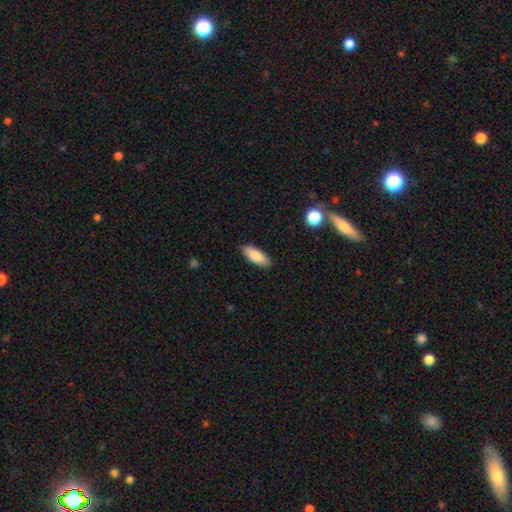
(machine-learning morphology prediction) Smooth or featured: smooth — 84% (featured or disk — 10%)
How rounded: in between — 76% (cigar-shaped — 22%)
Merging: none — 88% (minor disturbance — 9%)